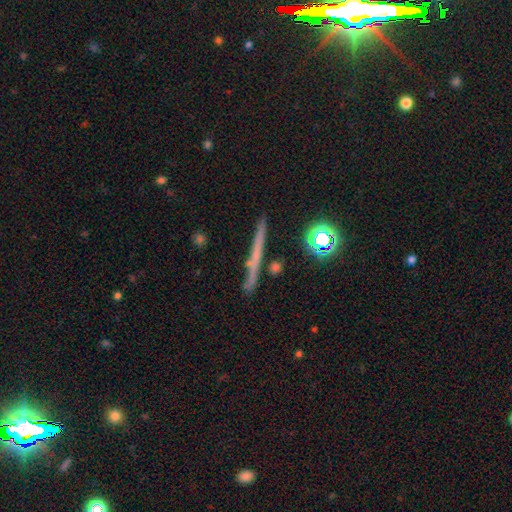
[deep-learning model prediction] This is possibly a featured or disk galaxy (48%). Merging: clearly none (87%).